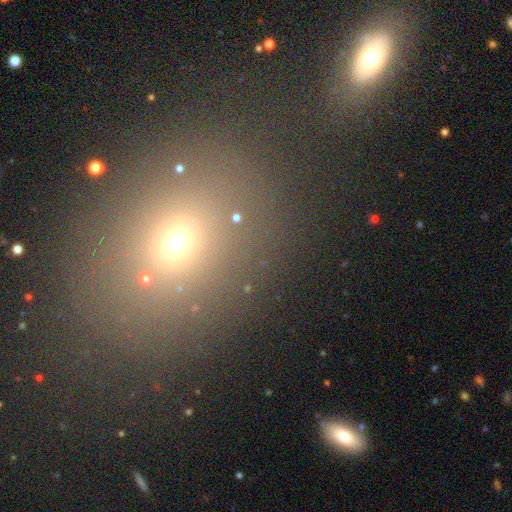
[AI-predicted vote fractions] Q: Smooth or featured?
A: smooth (60%); runner-up: star or artifact (27%)
Q: How rounded?
A: round (51%); runner-up: in between (48%)
Q: Merging?
A: none (72%); runner-up: minor disturbance (11%)